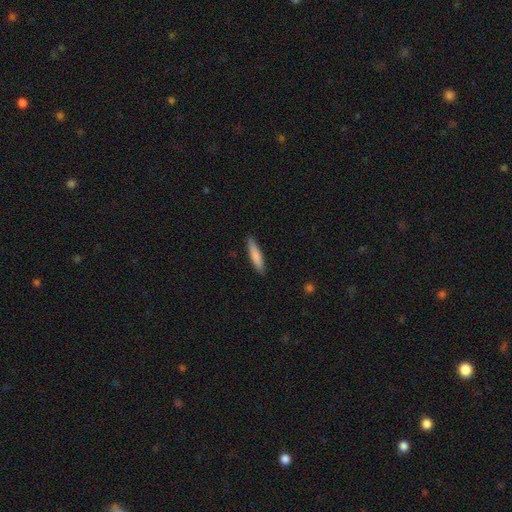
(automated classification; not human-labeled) Q: Smooth or featured?
A: smooth (81%); runner-up: featured or disk (14%)
Q: How rounded?
A: cigar-shaped (85%); runner-up: in between (14%)
Q: Merging?
A: none (88%); runner-up: minor disturbance (9%)